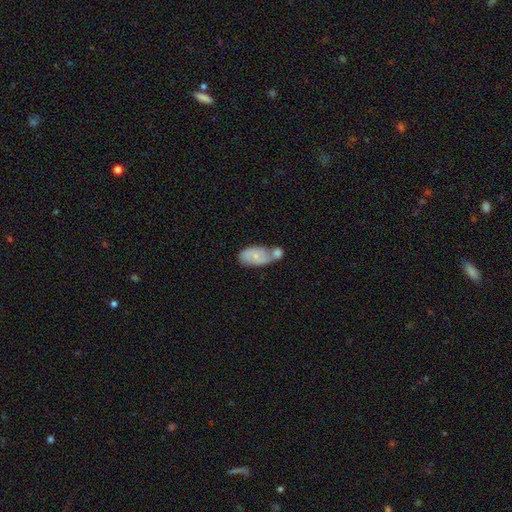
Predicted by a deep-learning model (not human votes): Overall: smooth (58%; featured or disk 35%). How rounded: in between (91%). Merging: merger (56%; none 23%).